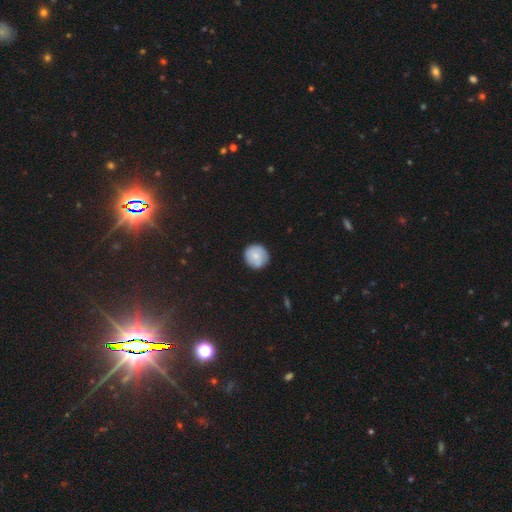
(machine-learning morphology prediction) The model was most divided on "smooth or featured": smooth: 74%, featured or disk: 18%, star or artifact: 8%. More confident: how rounded — round (93%); merging — none (85%).